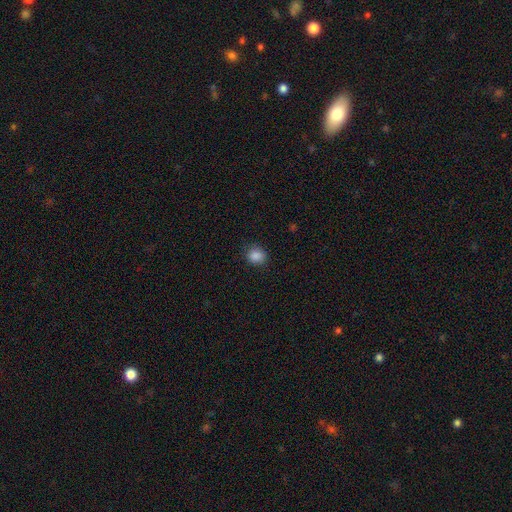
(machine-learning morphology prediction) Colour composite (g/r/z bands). It shows a smooth galaxy with no disk features (86%) that is round (69%). Merging: none (83%).